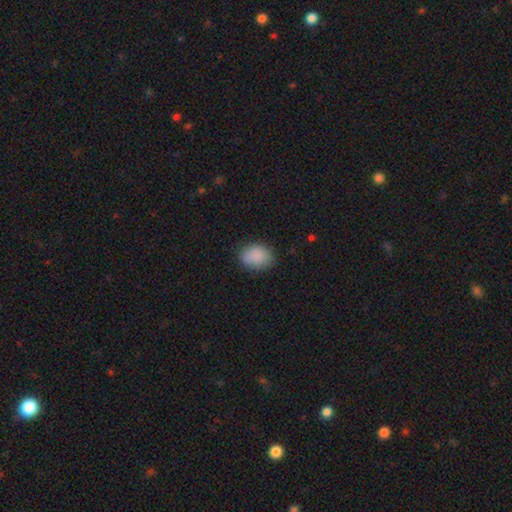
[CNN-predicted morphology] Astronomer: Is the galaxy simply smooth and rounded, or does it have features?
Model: smooth — 87%.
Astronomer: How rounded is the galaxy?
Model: in between — 64%.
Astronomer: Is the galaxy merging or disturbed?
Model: none — 79%.